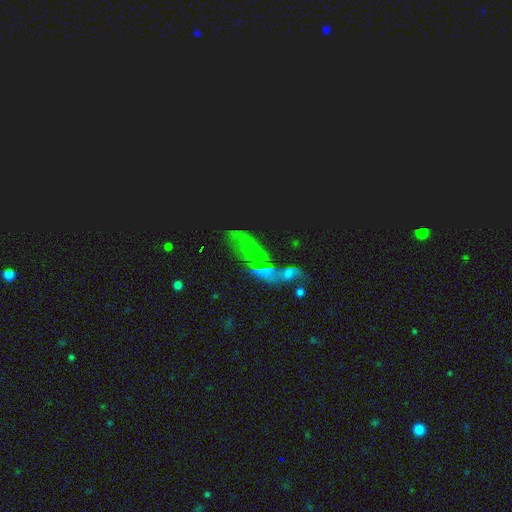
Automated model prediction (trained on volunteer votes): Q: Smooth or featured?
A: star or artifact (40%); runner-up: featured or disk (31%)